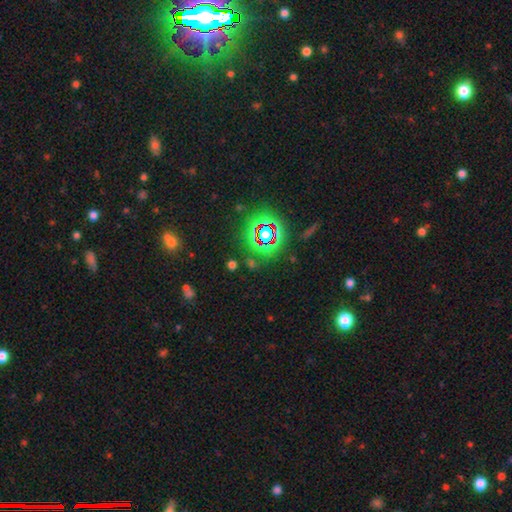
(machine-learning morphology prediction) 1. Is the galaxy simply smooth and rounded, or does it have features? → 61% star or artifact, 20% smooth, 19% featured or disk.